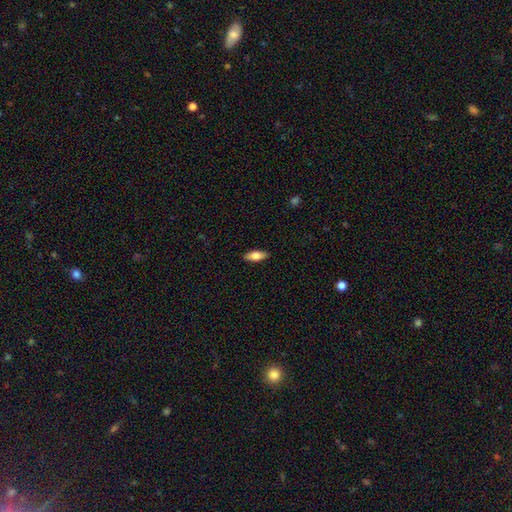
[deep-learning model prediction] Smooth or featured?
  - smooth: 75% *
  - featured or disk: 19%
  - star or artifact: 6%
How rounded?
  - in between: 76% *
  - cigar-shaped: 22%
  - round: 2%
Merging?
  - none: 89% *
  - minor disturbance: 8%
  - major disturbance: 2%
  - merger: 1%